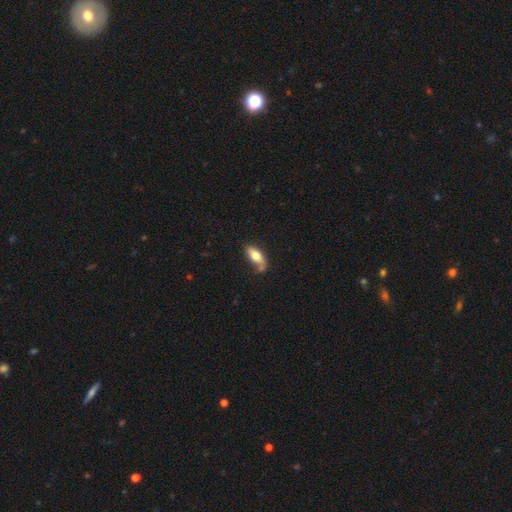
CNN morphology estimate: Smooth or featured? Predicted: smooth (p=0.67). How rounded? Predicted: in between (p=0.78). Merging? Predicted: none (p=0.52).